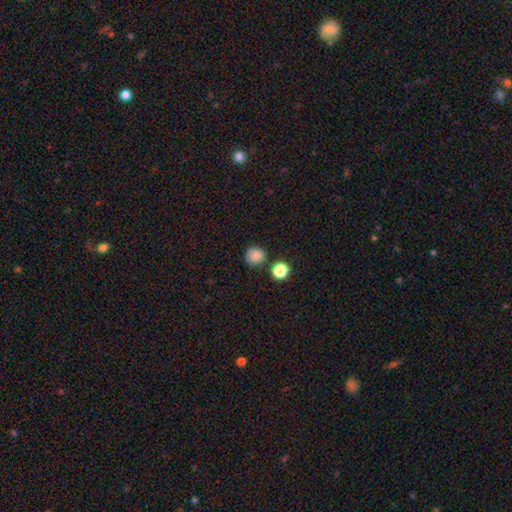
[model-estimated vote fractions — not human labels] Smooth or featured?
  - smooth: 83% *
  - star or artifact: 11%
  - featured or disk: 6%
How rounded?
  - round: 88% *
  - in between: 11%
  - cigar-shaped: 1%
Merging?
  - none: 78% *
  - minor disturbance: 12%
  - merger: 6%
  - major disturbance: 3%